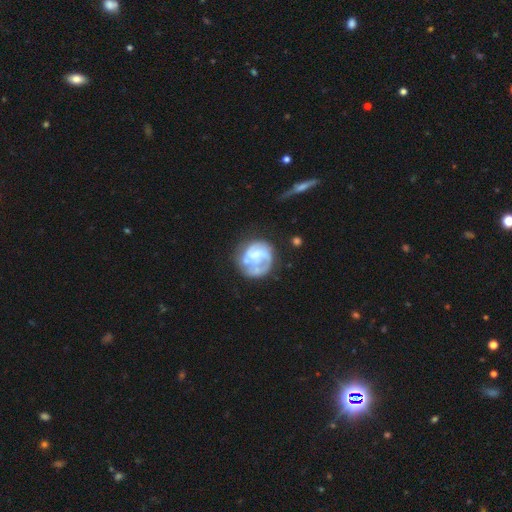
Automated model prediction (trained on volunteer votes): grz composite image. It shows a featured or disk galaxy (63%) with no bar (57%), spiral arms (62%) and a small central bulge (32%). Merging: none (47%).